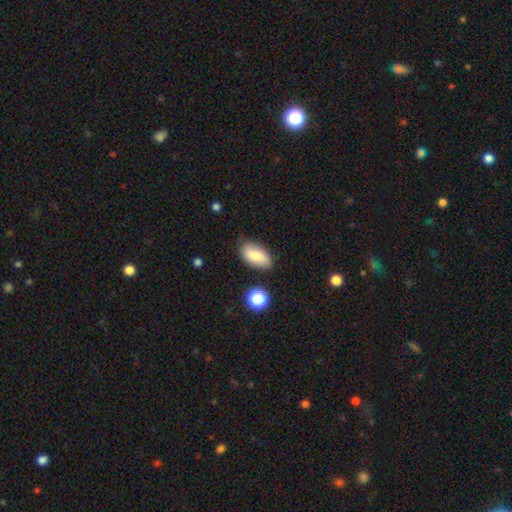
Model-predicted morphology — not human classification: Smooth or featured? smooth (78%)
How rounded? in between (91%)
Merging? none (80%)